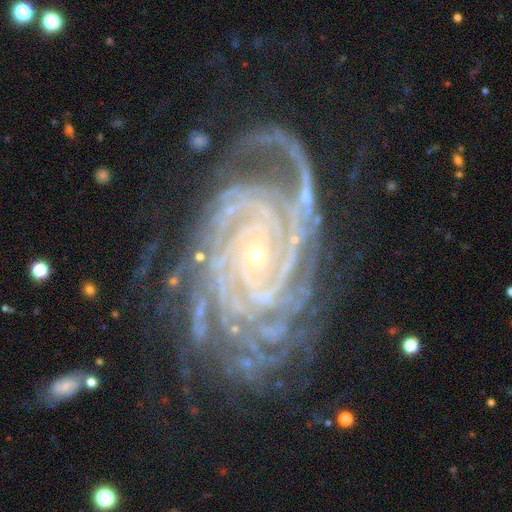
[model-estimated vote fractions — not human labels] A featured or disk galaxy (92%) with no bar (65%), more than 4 (29%) tight (81%) spiral arms (99%) and a small central bulge (85%). Merging: none (67%).